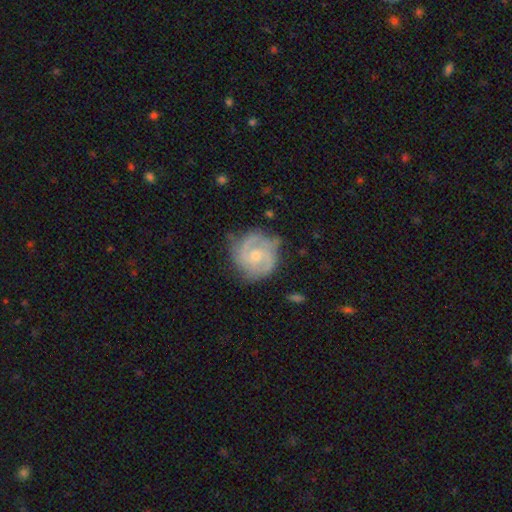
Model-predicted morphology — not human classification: smooth-or-featured: featured or disk: 84% | smooth: 11% | star or artifact: 5%
  disk-edge-on: no: 98% | yes: 2%
    bar: no: 58% | weak: 36% | strong: 6%
    has-spiral-arms: yes: 96% | no: 4%
      spiral-winding: tight: 53% | medium: 39% | loose: 8%
      spiral-arm-count: 2: 71% | 3: 12% | can't tell: 10% | 1: 3% | 4: 2% | more than 4: 2%
    bulge-size: small: 47% | moderate: 45% | none: 4% | large: 2% | dominant: 1%
  merging: none: 73% | minor disturbance: 20% | major disturbance: 6% | merger: 2%